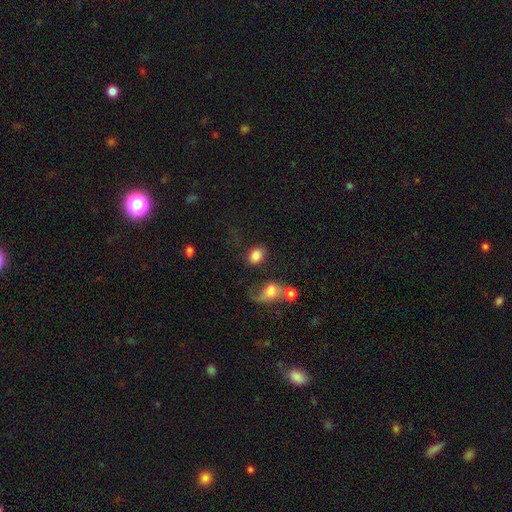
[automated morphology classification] This appears to be a smooth galaxy with no disk features (82%) that is in between round and cigar-shaped (67%). Merging: none (56%).